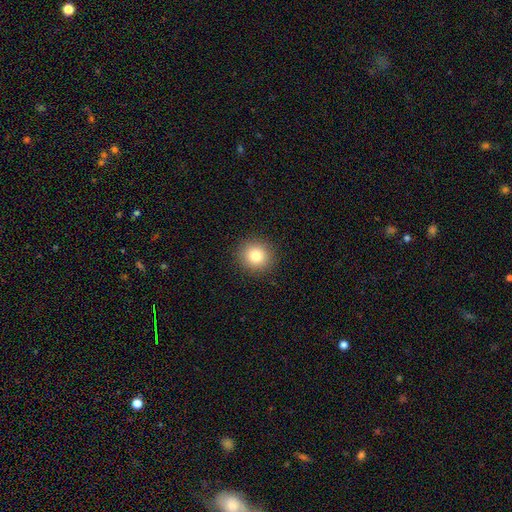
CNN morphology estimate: smooth_or_featured: smooth (p=0.81) [alt: star or artifact p=0.11]
how_rounded: round (p=0.89) [alt: in between p=0.10]
merging: none (p=0.91) [alt: minor disturbance p=0.06]